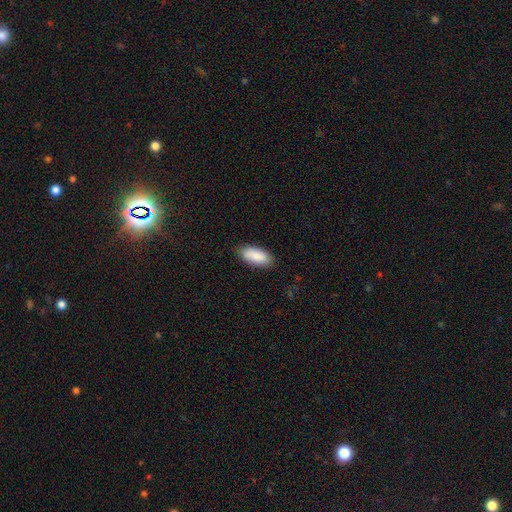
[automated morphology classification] The model was most divided on "merging": none: 84%, minor disturbance: 13%, major disturbance: 2%, merger: 1%. More confident: smooth or featured — smooth (88%); how rounded — in between (88%).